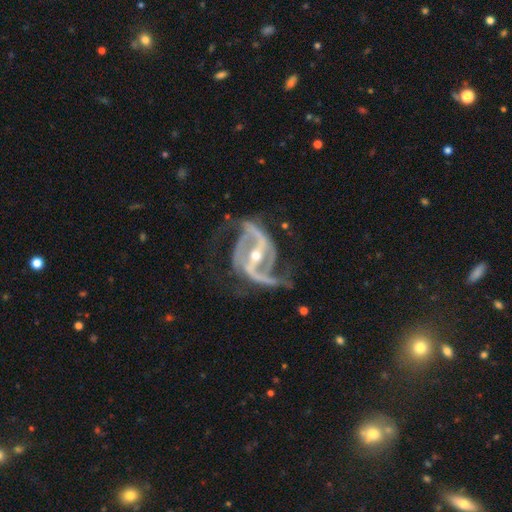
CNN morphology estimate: Overall: featured or disk (93%). Edge-on disk: no (96%). Bar: strong (74%). Spiral arms: yes (97%). Spiral arm count: 2 (78%). Spiral winding: medium (48%; loose 37%). Bulge size: moderate (49%; small 48%). Merging: none (57%; major disturbance 21%).